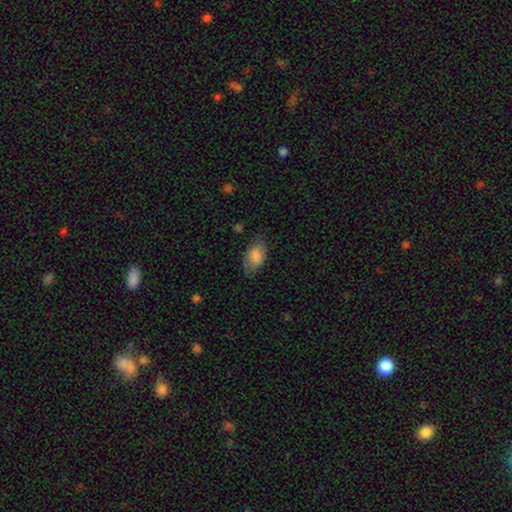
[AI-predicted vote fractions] This is clearly a smooth galaxy (85%). How rounded: clearly in between (92%). Merging: likely none (71%).